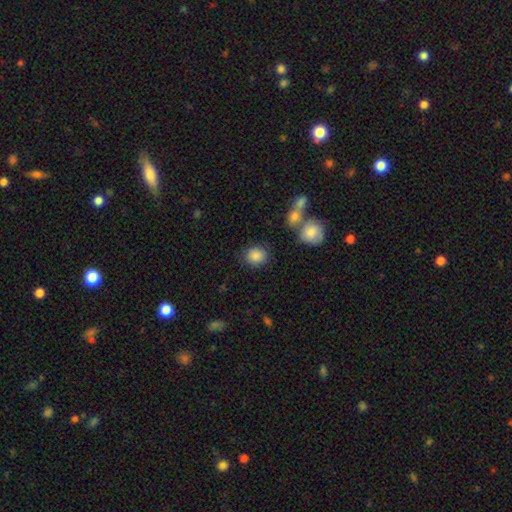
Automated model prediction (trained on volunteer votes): Smooth or featured? Predicted: smooth (p=0.86). How rounded? Predicted: round (p=0.76). Merging? Predicted: none (p=0.83).